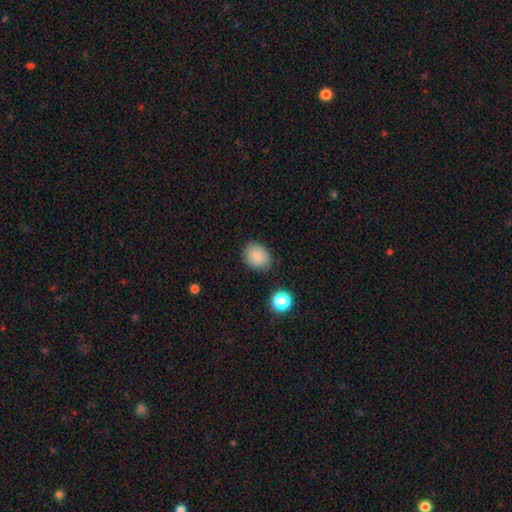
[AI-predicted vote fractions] The model was most divided on "how rounded": round: 58%, in between: 42%, cigar-shaped: 1%. More confident: smooth or featured — smooth (82%); merging — none (79%).